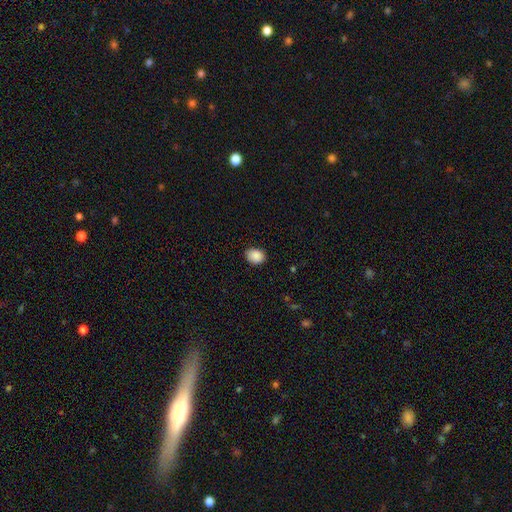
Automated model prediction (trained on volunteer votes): The model was most divided on "how rounded": in between: 55%, round: 44%, cigar-shaped: 1%. More confident: smooth or featured — smooth (89%); merging — none (86%).